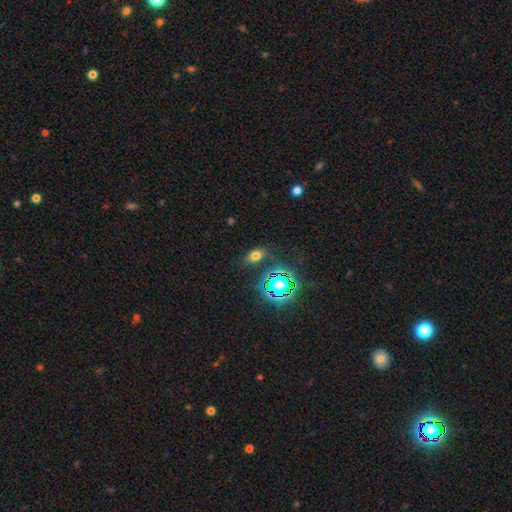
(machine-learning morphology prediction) Smooth or featured? smooth (63%)
How rounded? in between (81%)
Merging? none (80%)